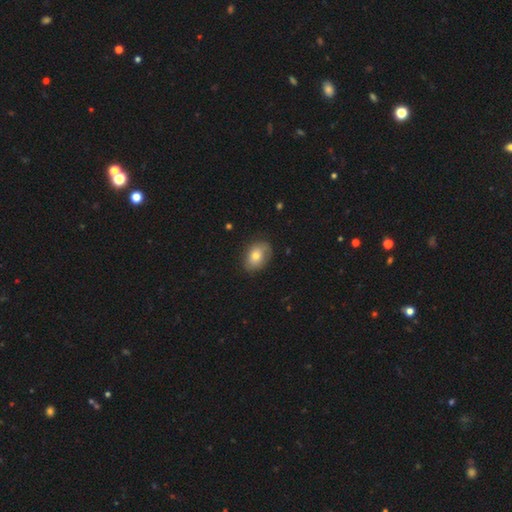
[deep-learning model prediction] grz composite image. It shows a smooth galaxy with no disk features (68%) that is in between round and cigar-shaped (75%). Merging: none (73%).